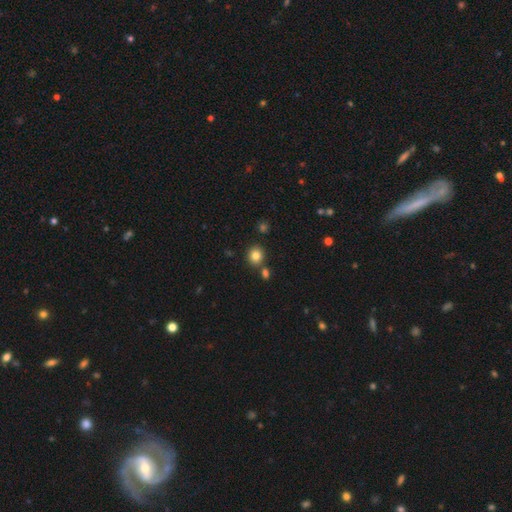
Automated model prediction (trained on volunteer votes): smooth_or_featured: smooth (p=0.82) [alt: star or artifact p=0.12]
how_rounded: round (p=0.84) [alt: in between p=0.15]
merging: none (p=0.80) [alt: merger p=0.10]